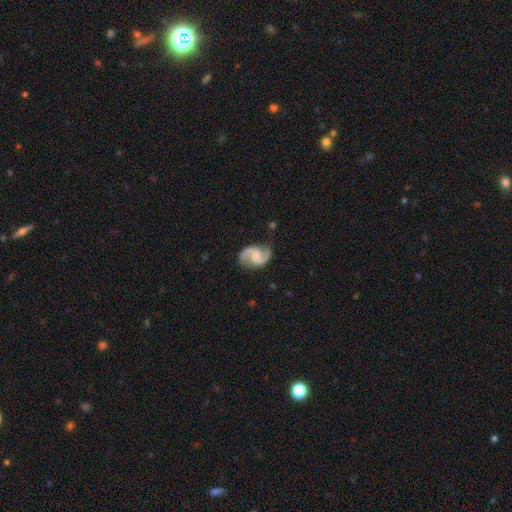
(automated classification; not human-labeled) Smooth or featured? Predicted: featured or disk (p=0.89). Edge-on disk? Predicted: no (p=0.98). Bar? Predicted: no (p=0.48). Spiral arms? Predicted: yes (p=0.98). Spiral winding? Predicted: medium (p=0.55). Spiral arm count? Predicted: 2 (p=0.94). Bulge size? Predicted: small (p=0.41). Merging? Predicted: none (p=0.82).